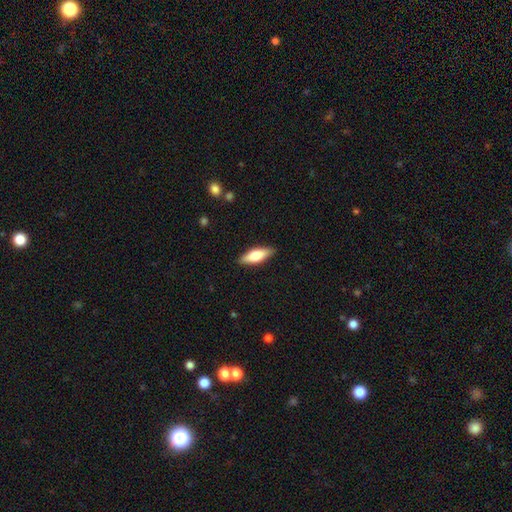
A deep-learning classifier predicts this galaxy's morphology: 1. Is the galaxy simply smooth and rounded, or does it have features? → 64% smooth, 30% featured or disk, 6% star or artifact.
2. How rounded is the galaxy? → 59% in between, 39% cigar-shaped, 2% round.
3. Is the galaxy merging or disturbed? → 88% none, 9% minor disturbance, 2% major disturbance, 1% merger.